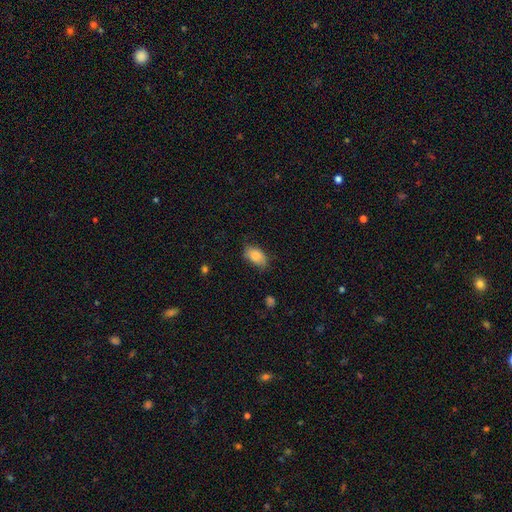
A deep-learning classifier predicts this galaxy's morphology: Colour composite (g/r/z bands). It shows a smooth galaxy with no disk features (82%) that is in between round and cigar-shaped (91%). Merging: none (69%).